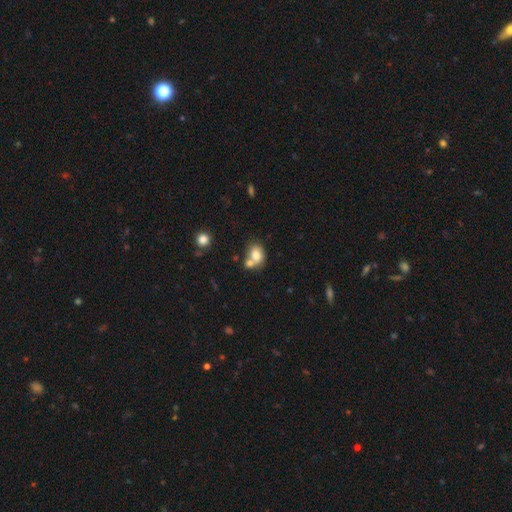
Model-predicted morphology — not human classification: A smooth galaxy with no disk features (77%) that is in between round and cigar-shaped (60%). Merging: merger (47%).